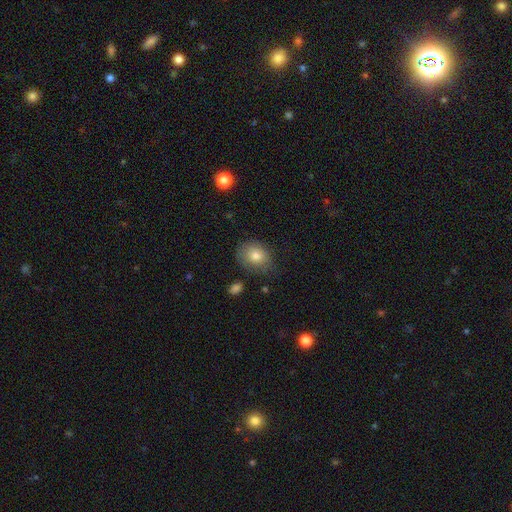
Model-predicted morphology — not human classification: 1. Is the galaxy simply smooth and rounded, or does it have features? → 79% smooth, 12% featured or disk, 9% star or artifact.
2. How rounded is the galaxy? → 53% in between, 46% round, 1% cigar-shaped.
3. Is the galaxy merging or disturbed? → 71% none, 21% minor disturbance, 6% major disturbance, 2% merger.